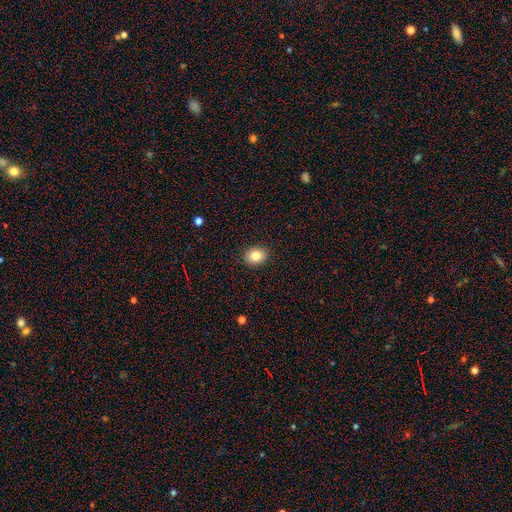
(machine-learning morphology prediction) Overall: smooth (83%). How rounded: round (50%; in between 49%). Merging: none (90%).